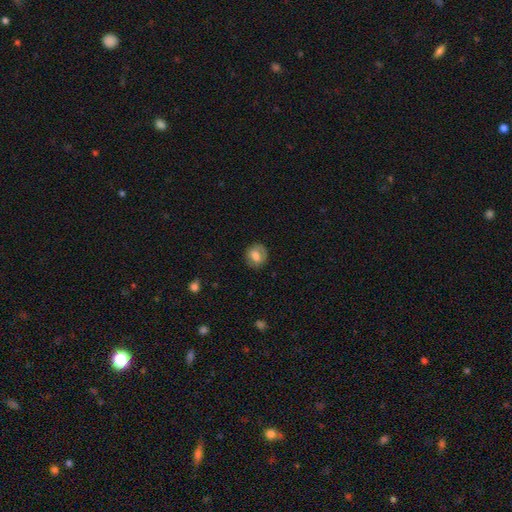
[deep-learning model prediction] smooth-or-featured: smooth: 70% | featured or disk: 22% | star or artifact: 8%
  how-rounded: round: 71% | in between: 28% | cigar-shaped: 1%
  merging: none: 83% | minor disturbance: 12% | major disturbance: 4% | merger: 1%